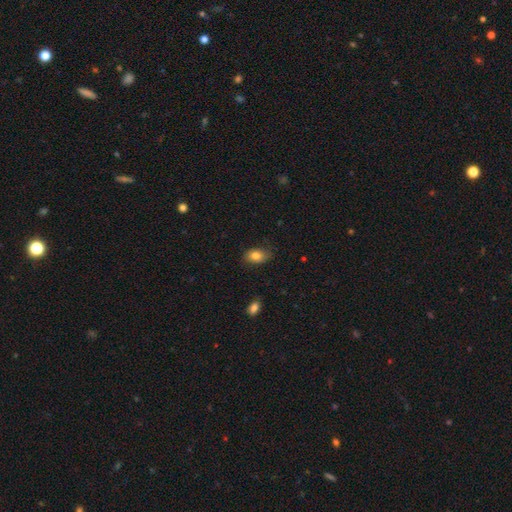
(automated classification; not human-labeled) Smooth or featured? smooth (82%)
How rounded? in between (83%)
Merging? none (78%)